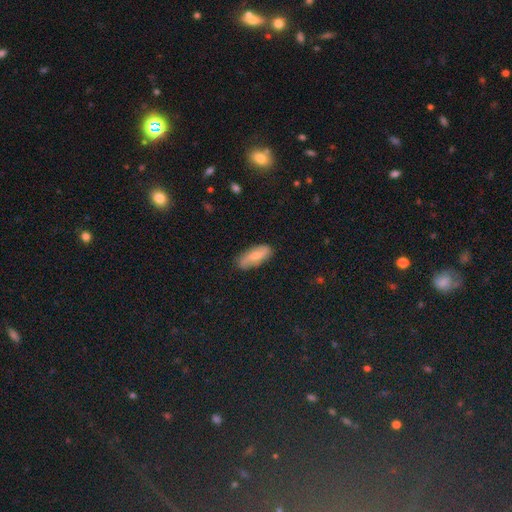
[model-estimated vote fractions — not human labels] smooth-or-featured: smooth: 55% | featured or disk: 38% | star or artifact: 7%
  how-rounded: in between: 74% | cigar-shaped: 23% | round: 3%
  merging: none: 82% | minor disturbance: 14% | major disturbance: 3% | merger: 1%